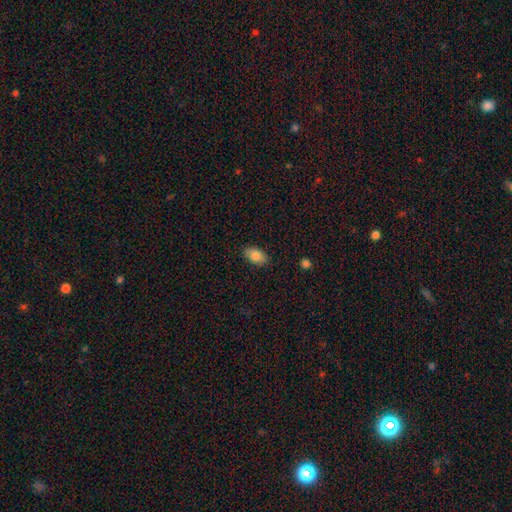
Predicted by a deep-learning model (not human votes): A smooth galaxy with no disk features (83%) that is in between round and cigar-shaped (92%).

Vote fractions:
- Smooth or featured? smooth: 83% / featured or disk: 10% / star or artifact: 7%
- How rounded? in between: 92% / round: 6% / cigar-shaped: 2%
- Merging? none: 87% / minor disturbance: 10% / major disturbance: 2% / merger: 1%